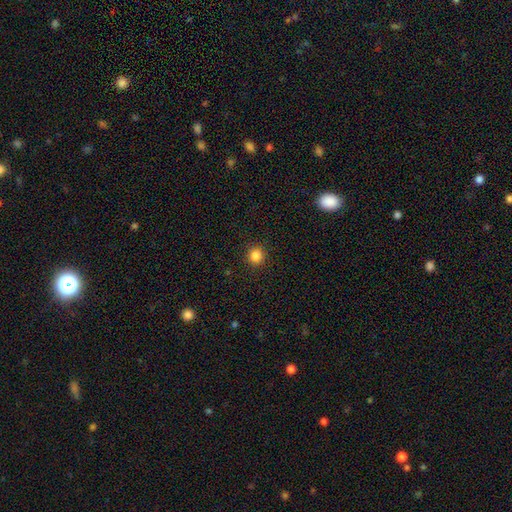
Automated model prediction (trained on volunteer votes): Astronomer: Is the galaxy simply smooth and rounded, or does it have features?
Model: smooth — 85%.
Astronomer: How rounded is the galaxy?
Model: round — 92%.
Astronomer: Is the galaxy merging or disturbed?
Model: none — 92%.